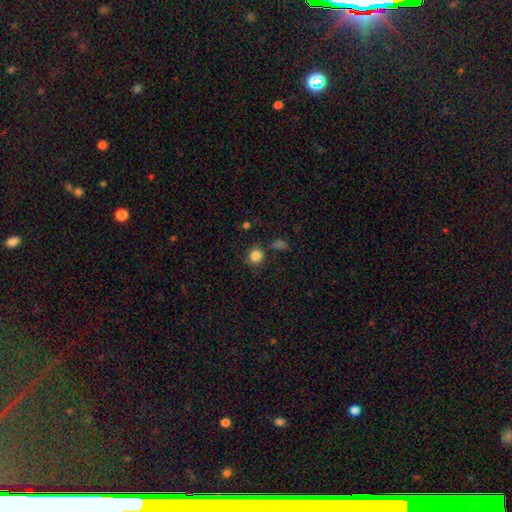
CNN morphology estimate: Smooth or featured? Predicted: smooth (p=0.84). How rounded? Predicted: round (p=0.87). Merging? Predicted: none (p=0.78).